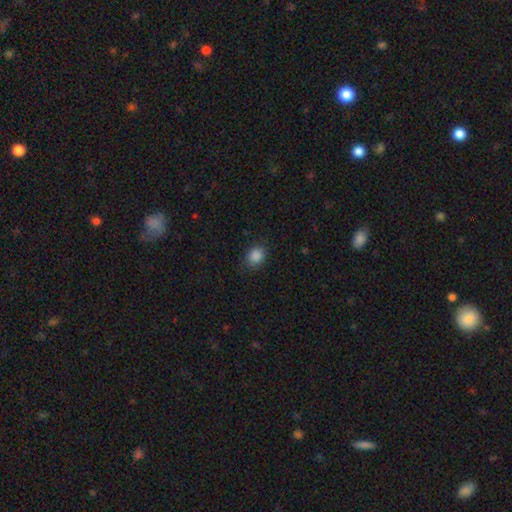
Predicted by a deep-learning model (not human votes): A smooth galaxy with no disk features (87%) that is round (57%). Merging: none (82%).